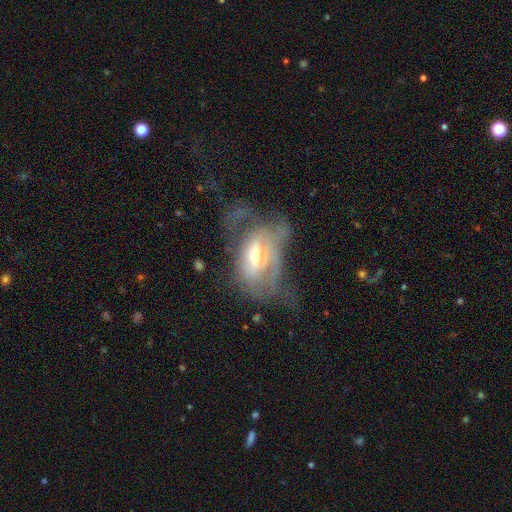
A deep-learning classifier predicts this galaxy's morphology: Smooth or featured?
  - featured or disk: 64% *
  - smooth: 27%
  - star or artifact: 9%
Edge-on disk?
  - no: 91% *
  - yes: 9%
Bar?
  - no: 50% *
  - weak: 37%
  - strong: 13%
Spiral arms?
  - no: 51% *
  - yes: 49%
Bulge size?
  - moderate: 58% *
  - small: 25%
  - large: 12%
  - none: 3%
  - dominant: 2%
Merging?
  - major disturbance: 54% *
  - none: 21%
  - minor disturbance: 20%
  - merger: 5%